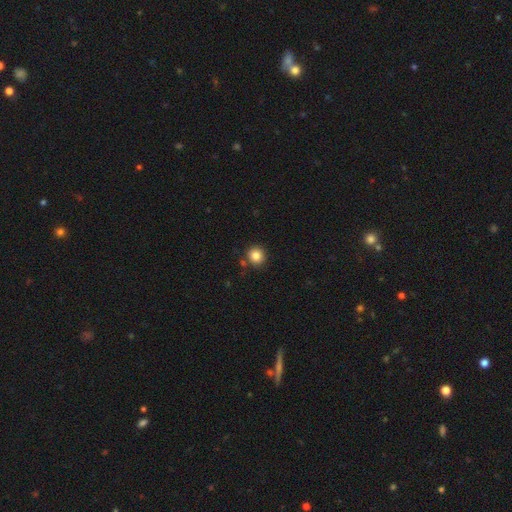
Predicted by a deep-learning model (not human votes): Morphology: type=smooth (84%); roundness=round (93%); merging=none (85%).